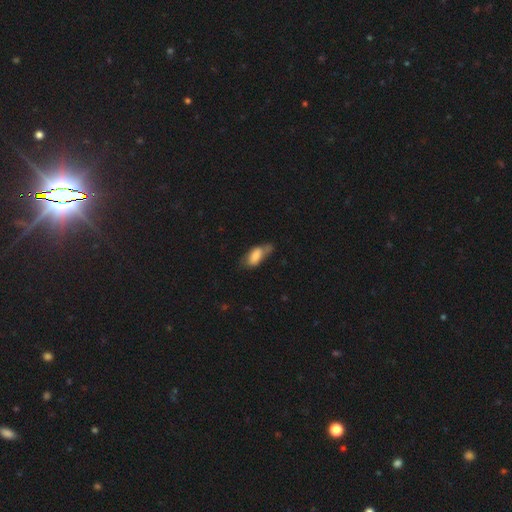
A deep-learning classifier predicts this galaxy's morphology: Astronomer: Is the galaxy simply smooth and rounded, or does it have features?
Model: smooth — 75%.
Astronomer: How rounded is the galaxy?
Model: in between — 84%.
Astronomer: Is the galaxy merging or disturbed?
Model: none — 40% (runner-up: minor disturbance, 35%).